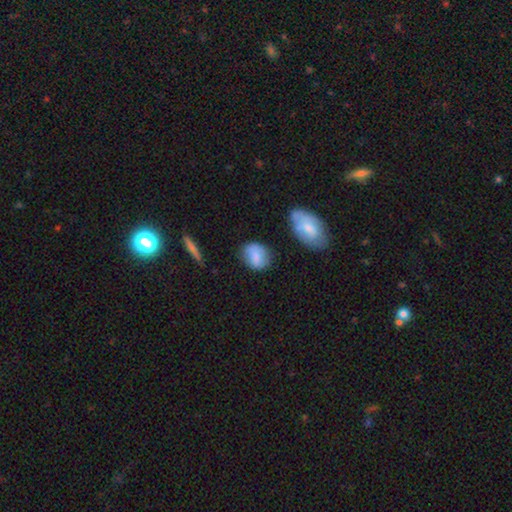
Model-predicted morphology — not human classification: The model was most divided on "how rounded": in between: 56%, round: 42%, cigar-shaped: 2%. More confident: smooth or featured — smooth (79%); merging — none (70%).